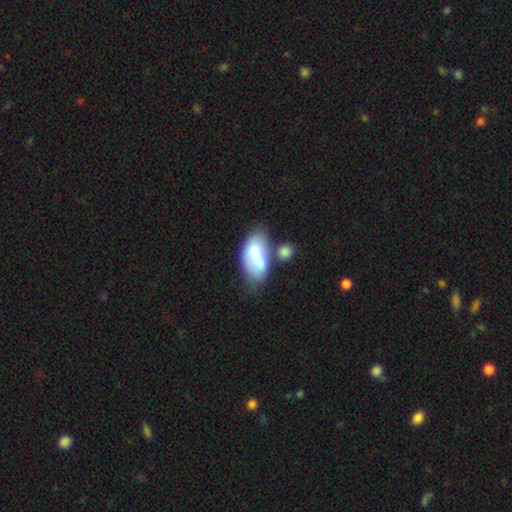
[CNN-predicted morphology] A smooth galaxy with no disk features (67%) that is in between round and cigar-shaped (91%). Merging: none (45%).